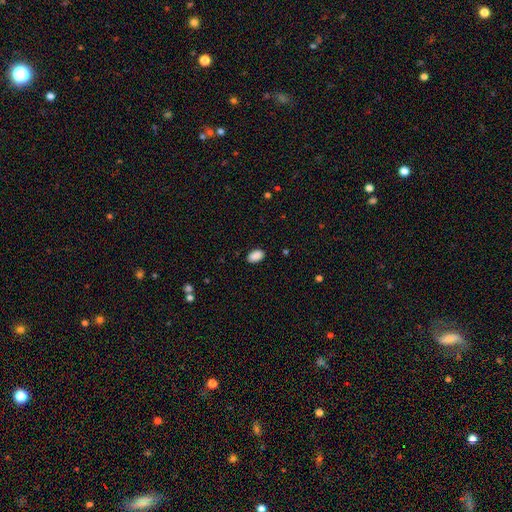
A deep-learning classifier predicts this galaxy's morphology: Overall: smooth (90%). How rounded: in between (93%). Merging: none (86%).